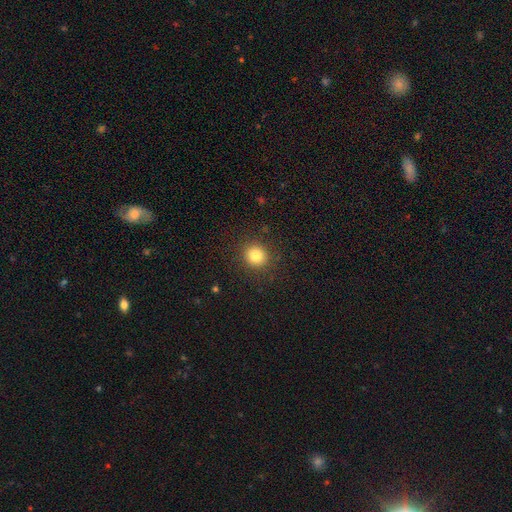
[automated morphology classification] type=smooth (82%); roundness=round (88%); merging=none (89%).